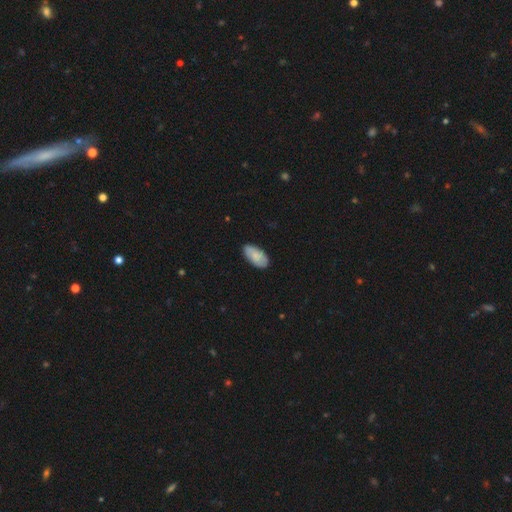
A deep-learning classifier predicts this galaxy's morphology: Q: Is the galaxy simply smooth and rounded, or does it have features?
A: smooth — 79%.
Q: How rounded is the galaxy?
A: in between — 95%.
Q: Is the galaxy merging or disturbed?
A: none — 83%.